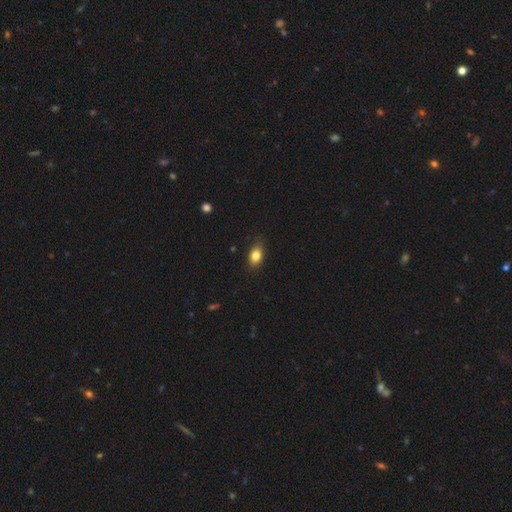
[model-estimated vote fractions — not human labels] This is clearly a smooth galaxy (82%). How rounded: clearly in between (80%). Merging: clearly none (81%).